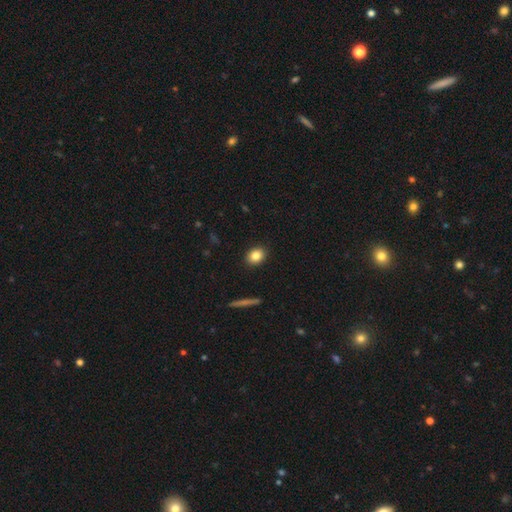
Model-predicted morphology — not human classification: smooth-or-featured: smooth: 83% | star or artifact: 9% | featured or disk: 7%
  how-rounded: in between: 51% | round: 48% | cigar-shaped: 2%
  merging: none: 91% | minor disturbance: 6% | major disturbance: 2% | merger: 1%